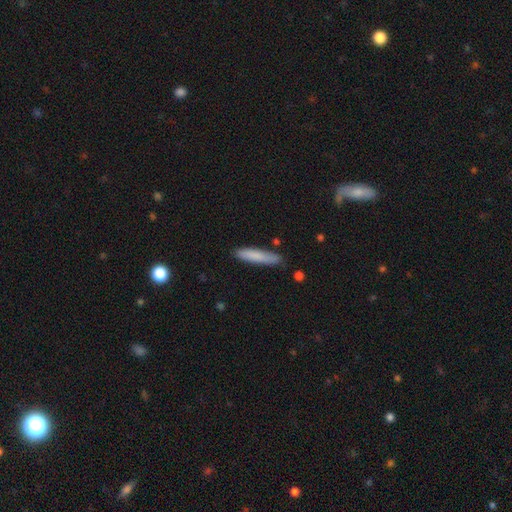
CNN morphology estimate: Smooth or featured? smooth (81%)
How rounded? cigar-shaped (90%)
Merging? none (83%)